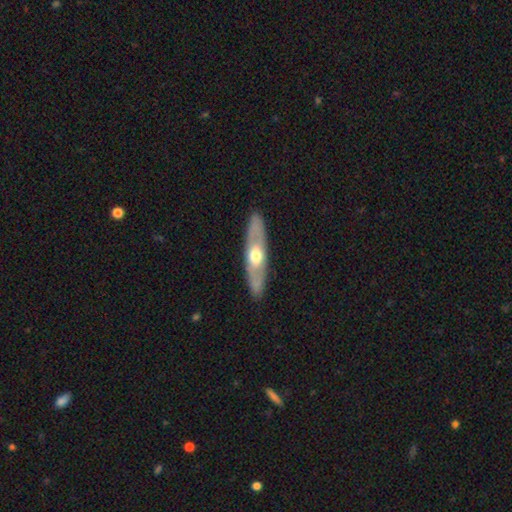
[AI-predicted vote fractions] Smooth or featured?
  - featured or disk: 60% *
  - smooth: 36%
  - star or artifact: 4%
Edge-on disk?
  - yes: 53% *
  - no: 47%
Merging?
  - none: 89% *
  - minor disturbance: 8%
  - major disturbance: 2%
  - merger: 1%